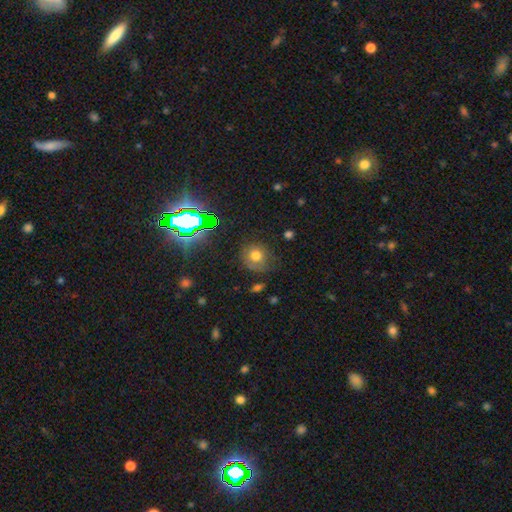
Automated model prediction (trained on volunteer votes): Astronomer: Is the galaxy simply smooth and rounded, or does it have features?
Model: smooth — 66%.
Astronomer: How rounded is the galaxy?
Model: round — 83%.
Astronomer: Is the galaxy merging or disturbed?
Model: none — 69%.